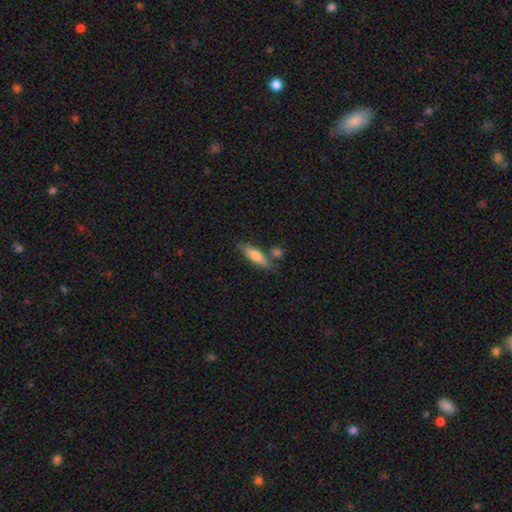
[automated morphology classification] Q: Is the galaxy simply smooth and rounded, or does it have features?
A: smooth — 70%.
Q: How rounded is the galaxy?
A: cigar-shaped — 64%.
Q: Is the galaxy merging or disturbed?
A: none — 67%.